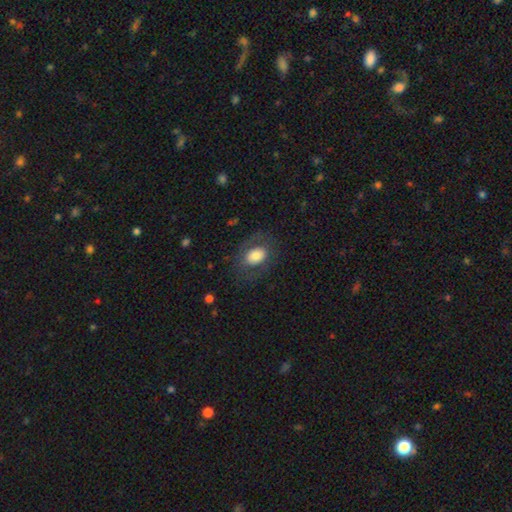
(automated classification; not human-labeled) Q: Smooth or featured?
A: smooth (69%); runner-up: featured or disk (24%)
Q: How rounded?
A: in between (77%); runner-up: round (21%)
Q: Merging?
A: none (71%); runner-up: minor disturbance (15%)